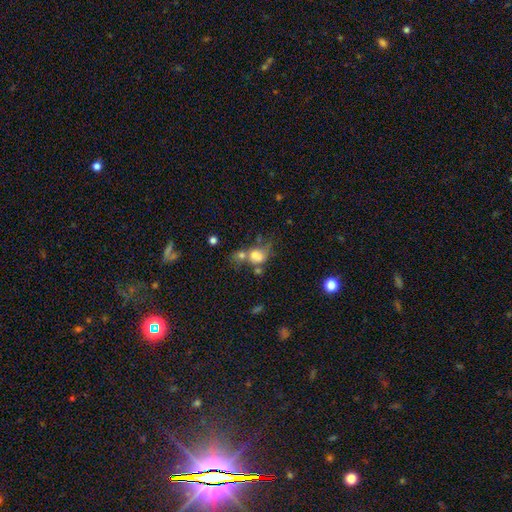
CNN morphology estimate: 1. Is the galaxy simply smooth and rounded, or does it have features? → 62% smooth, 24% featured or disk, 15% star or artifact.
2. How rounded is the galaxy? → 52% round, 46% in between, 2% cigar-shaped.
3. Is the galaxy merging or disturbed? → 53% merger, 23% none, 13% major disturbance, 11% minor disturbance.